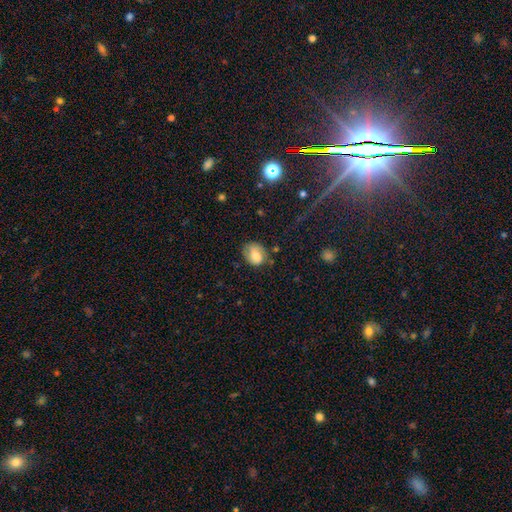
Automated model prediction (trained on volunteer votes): The model was most divided on "how rounded": in between: 52%, round: 47%, cigar-shaped: 1%. More confident: smooth or featured — smooth (73%); merging — none (58%).